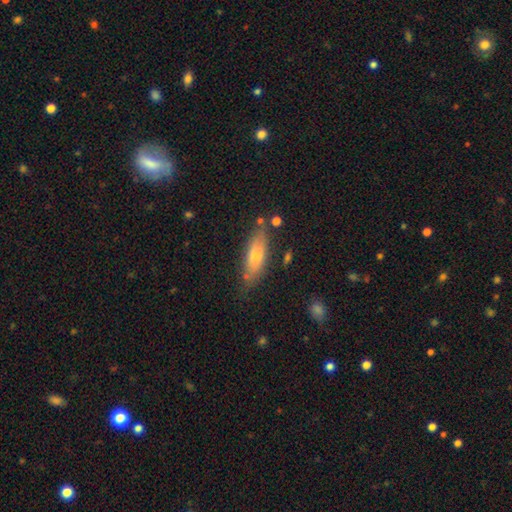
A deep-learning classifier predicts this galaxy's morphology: smooth 65%, featured or disk 28%, star or artifact 7%. Down the decision tree: how rounded — in between (58%); merging — none (74%).